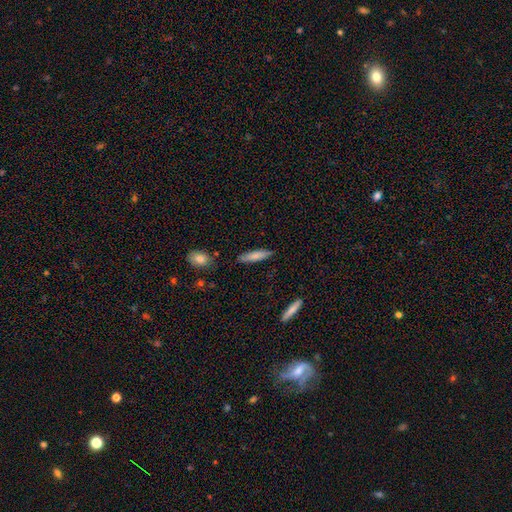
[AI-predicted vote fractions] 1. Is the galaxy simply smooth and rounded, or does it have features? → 77% smooth, 16% featured or disk, 6% star or artifact.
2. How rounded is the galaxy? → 77% cigar-shaped, 21% in between, 2% round.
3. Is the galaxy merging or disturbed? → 84% none, 12% minor disturbance, 2% merger, 2% major disturbance.